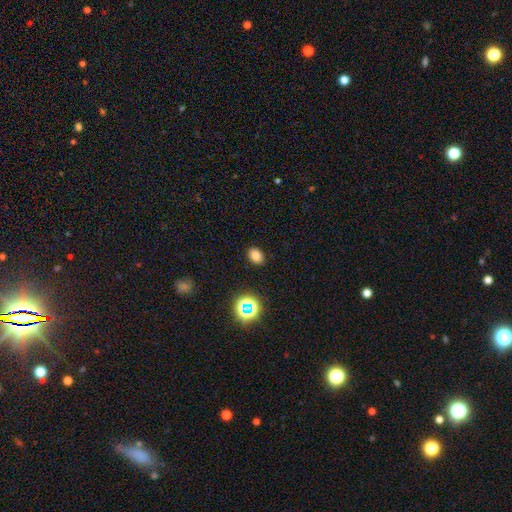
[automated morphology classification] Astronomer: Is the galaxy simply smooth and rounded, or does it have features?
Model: smooth — 78%.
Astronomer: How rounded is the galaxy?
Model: in between — 78%.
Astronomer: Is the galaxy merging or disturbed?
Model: none — 88%.